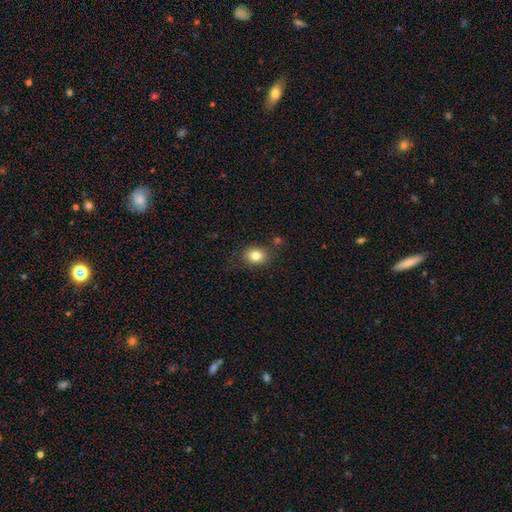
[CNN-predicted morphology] Smooth or featured? smooth (82%)
How rounded? in between (50%)
Merging? none (79%)